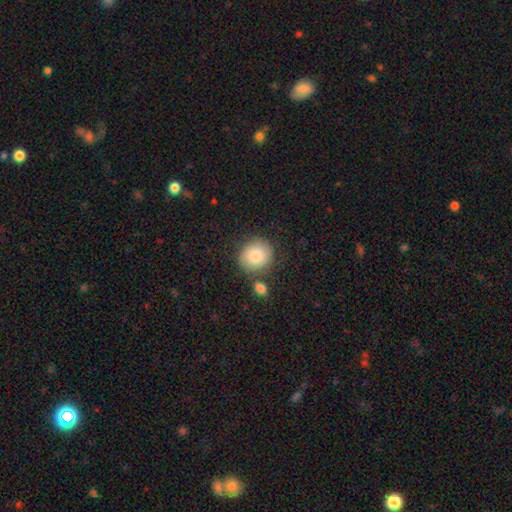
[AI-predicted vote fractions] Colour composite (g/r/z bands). It shows a smooth galaxy with no disk features (86%) that is round (82%). Merging: none (71%).